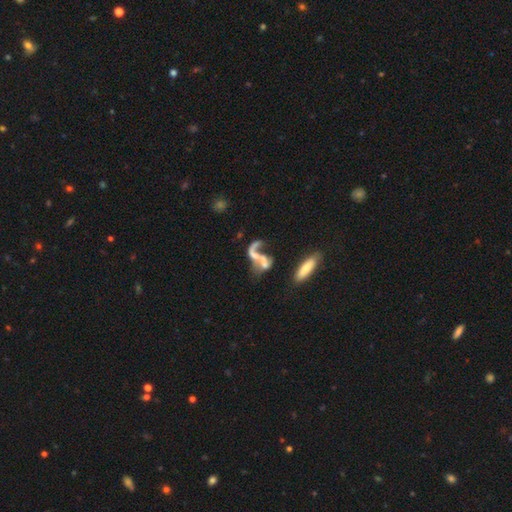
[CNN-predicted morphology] This is likely a featured or disk galaxy (63%). It is clearly not viewed edge-on (90%). Bar: likely no (65%). Spiral arm pattern: possibly yes (58%). Central bulge: marginally none (43%). Merging: possibly merger (50%).